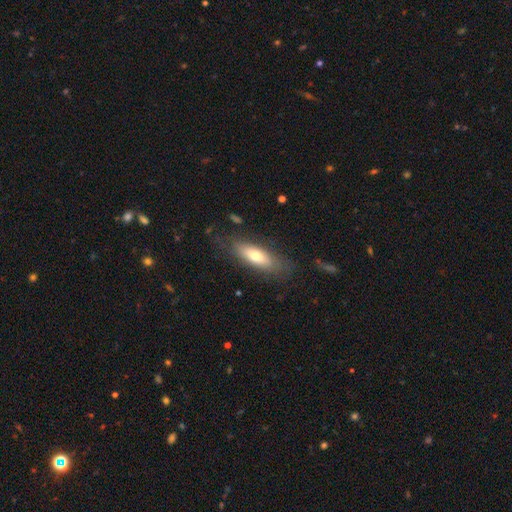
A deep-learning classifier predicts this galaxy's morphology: This is likely a smooth galaxy (67%). How rounded: likely in between (65%). Merging: likely none (77%).